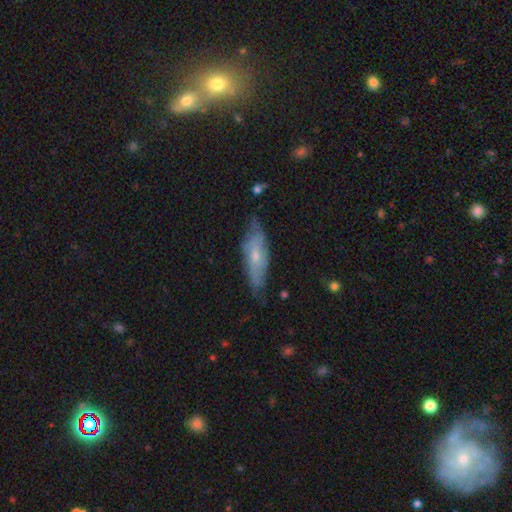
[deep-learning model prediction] This appears to be a featured or disk galaxy (53%). Merging: none (66%).